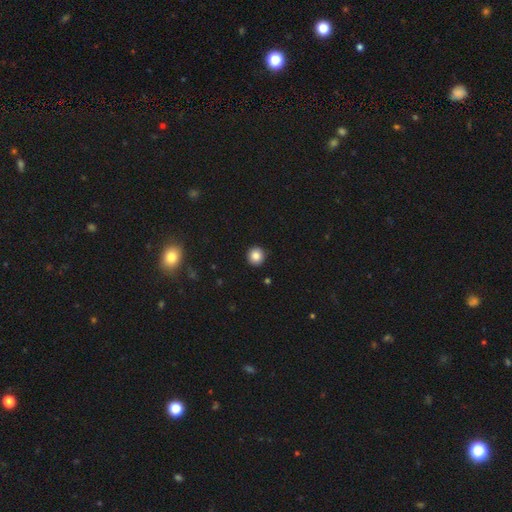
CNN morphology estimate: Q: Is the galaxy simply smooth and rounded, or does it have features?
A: smooth — 85%.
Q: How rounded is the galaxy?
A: round — 94%.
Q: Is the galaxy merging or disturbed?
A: none — 93%.